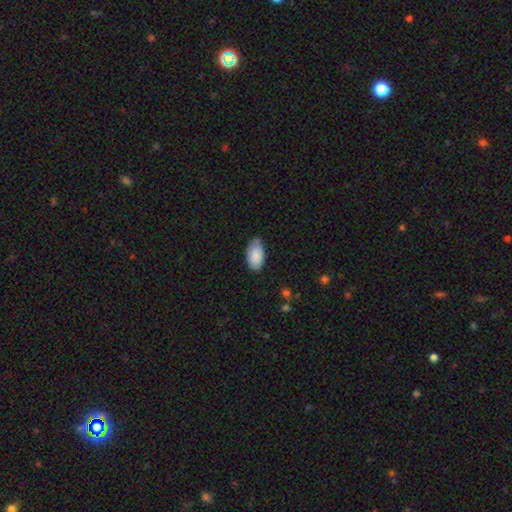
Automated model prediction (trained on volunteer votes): A smooth galaxy with no disk features (87%) that is in between round and cigar-shaped (95%).

Vote fractions:
- Smooth or featured? smooth: 87% / featured or disk: 7% / star or artifact: 6%
- How rounded? in between: 95% / round: 3% / cigar-shaped: 2%
- Merging? none: 67% / minor disturbance: 28% / major disturbance: 4% / merger: 1%